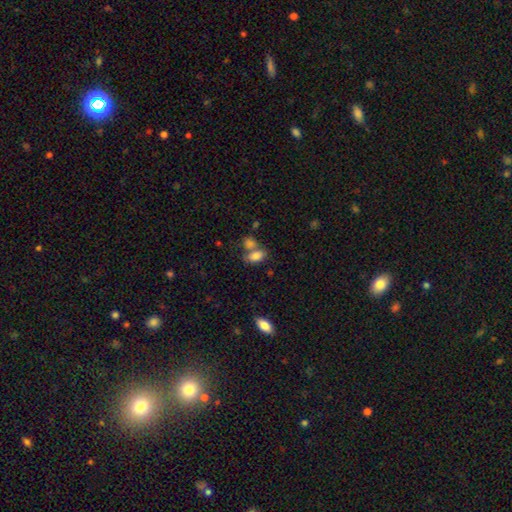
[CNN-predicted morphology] A smooth galaxy with no disk features (81%) that is in between round and cigar-shaped (88%).

Vote fractions:
- Smooth or featured? smooth: 81% / featured or disk: 10% / star or artifact: 9%
- How rounded? in between: 88% / round: 9% / cigar-shaped: 3%
- Merging? merger: 42% / none: 41% / minor disturbance: 12% / major disturbance: 5%